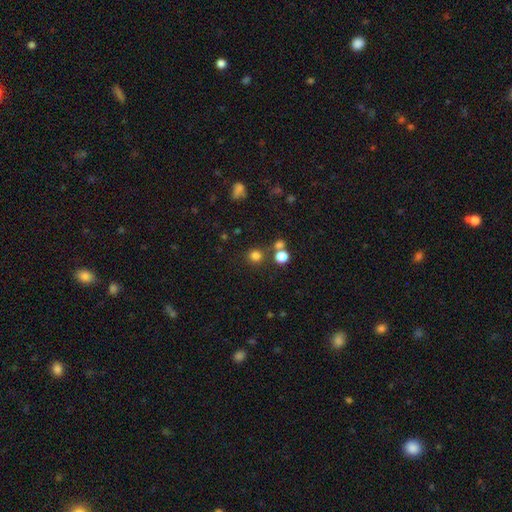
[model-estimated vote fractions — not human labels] Overall: smooth (77%). How rounded: round (91%). Merging: none (79%).